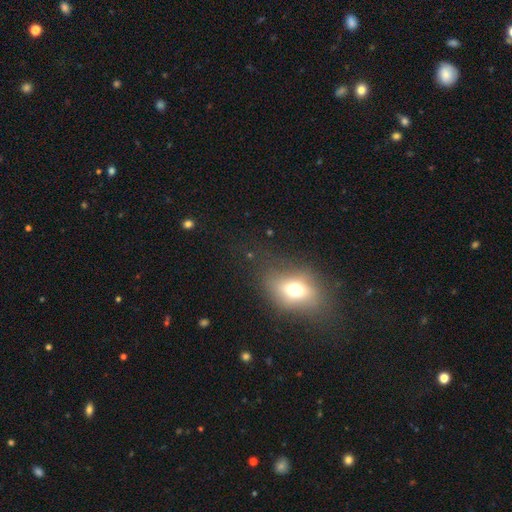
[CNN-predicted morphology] This is possibly a smooth galaxy (57%). How rounded: likely in between (71%). Merging: likely none (73%).